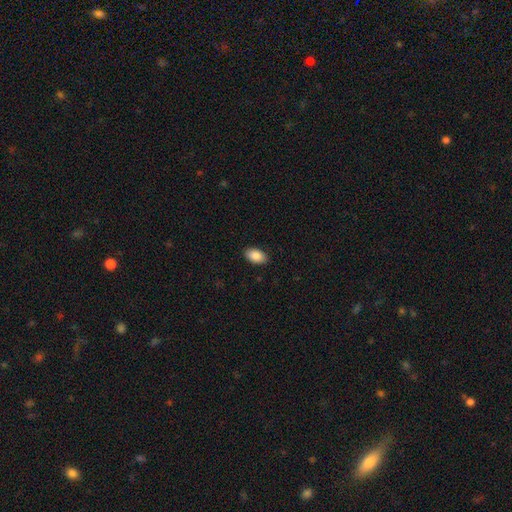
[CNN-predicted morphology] This is clearly a smooth galaxy (89%). How rounded: clearly in between (93%). Merging: clearly none (89%).